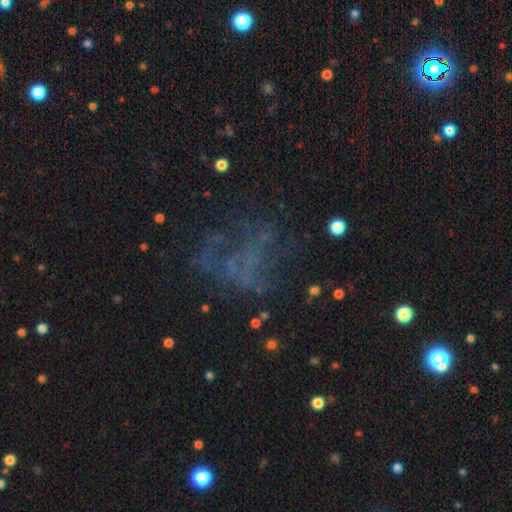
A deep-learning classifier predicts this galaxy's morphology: Q: Smooth or featured?
A: featured or disk (50%); runner-up: star or artifact (30%)
Q: Edge-on disk?
A: no (98%); runner-up: yes (2%)
Q: Merging?
A: none (48%); runner-up: major disturbance (33%)